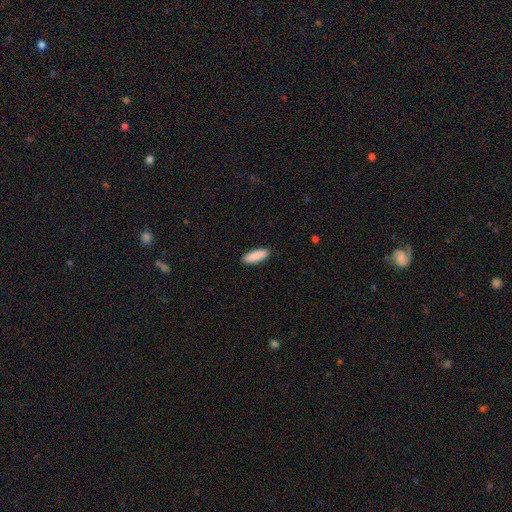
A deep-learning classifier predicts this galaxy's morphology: Smooth or featured: smooth — 91% (star or artifact — 5%)
How rounded: in between — 63% (cigar-shaped — 35%)
Merging: none — 91% (minor disturbance — 7%)